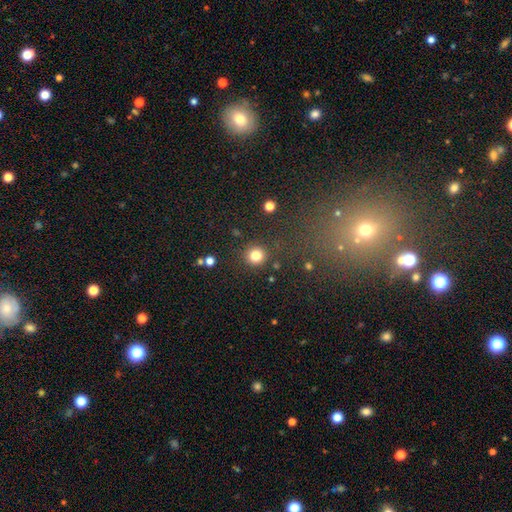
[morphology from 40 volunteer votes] Smooth or featured: smooth — 90% (star or artifact — 10%)
How rounded: round — 94% (in between — 6%)
Merging: none — 89% (minor disturbance — 6%)